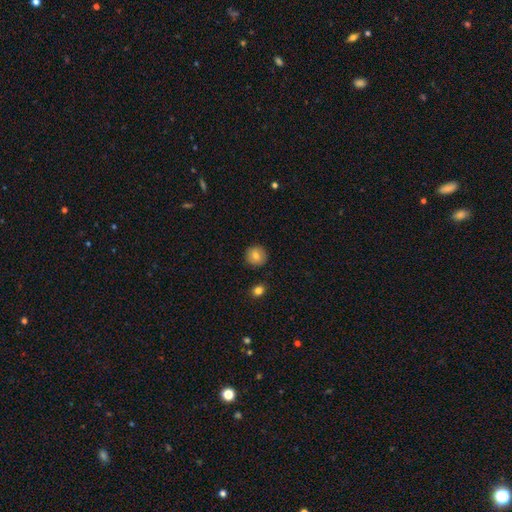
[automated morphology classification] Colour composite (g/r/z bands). It shows a smooth galaxy with no disk features (78%) that is round (93%). Merging: none (90%).